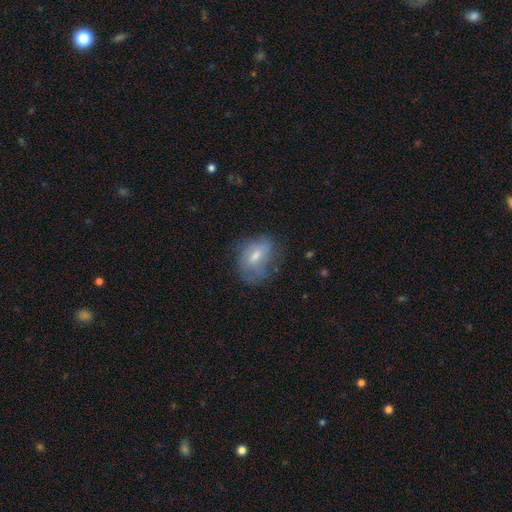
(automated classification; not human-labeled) A smooth galaxy with no disk features (52%) that is in between round and cigar-shaped (74%). Merging: none (54%).